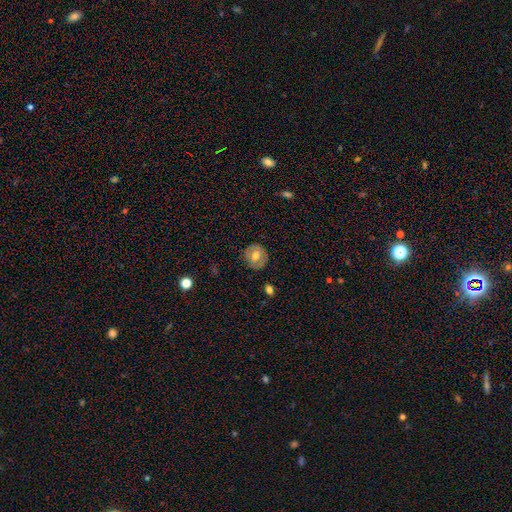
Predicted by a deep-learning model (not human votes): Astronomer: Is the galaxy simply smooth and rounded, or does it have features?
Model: smooth — 58% (runner-up: featured or disk, 34%).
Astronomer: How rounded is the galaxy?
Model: round — 85%.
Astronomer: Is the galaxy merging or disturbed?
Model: none — 81%.